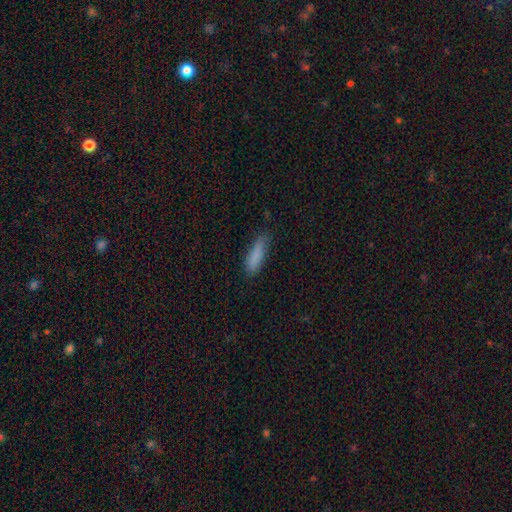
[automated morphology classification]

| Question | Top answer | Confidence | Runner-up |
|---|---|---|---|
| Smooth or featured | smooth | 86% | star or artifact (7%) |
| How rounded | cigar-shaped | 68% | in between (30%) |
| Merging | none | 79% | minor disturbance (17%) |